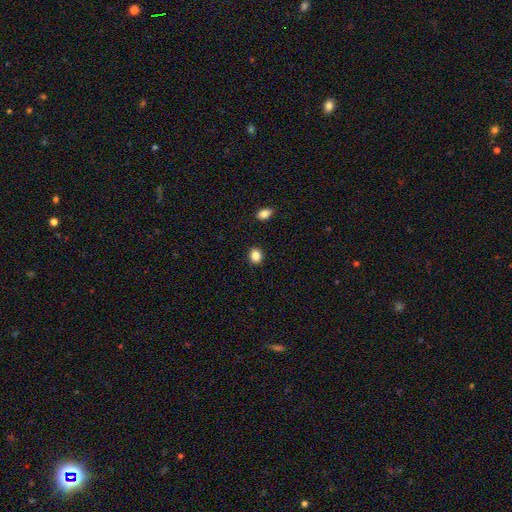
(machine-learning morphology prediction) This is clearly a smooth galaxy (86%). How rounded: likely round (68%). Merging: clearly none (90%).